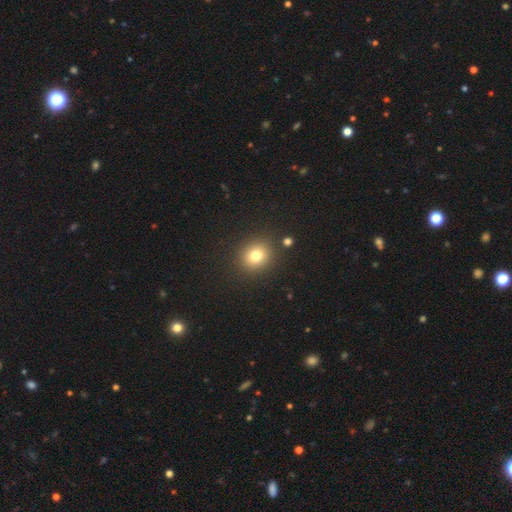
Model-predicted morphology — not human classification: The model was most divided on "how rounded": round: 76%, in between: 23%, cigar-shaped: 1%. More confident: merging — none (87%); smooth or featured — smooth (79%).